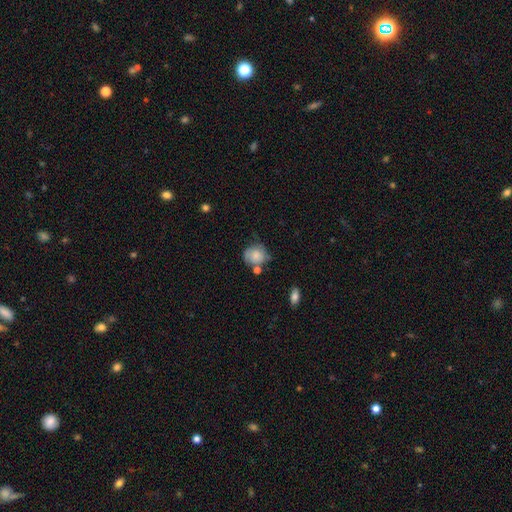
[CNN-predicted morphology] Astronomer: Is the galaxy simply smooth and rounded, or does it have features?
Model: smooth — 69%.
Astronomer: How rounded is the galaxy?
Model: round — 72%.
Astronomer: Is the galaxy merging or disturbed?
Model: none — 49% (runner-up: minor disturbance, 30%).